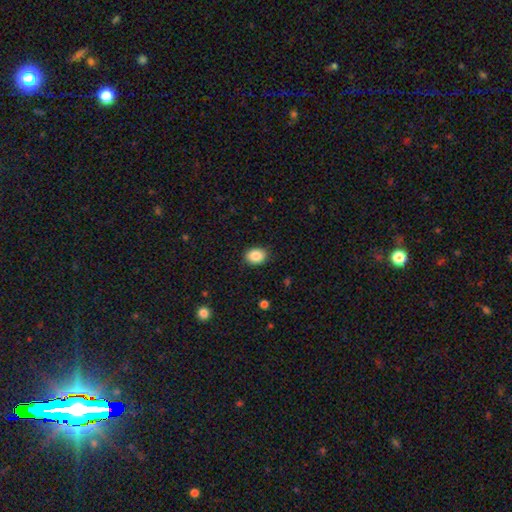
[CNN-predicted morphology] Smooth or featured: smooth — 87% (star or artifact — 9%)
How rounded: in between — 59% (round — 41%)
Merging: none — 88% (minor disturbance — 9%)